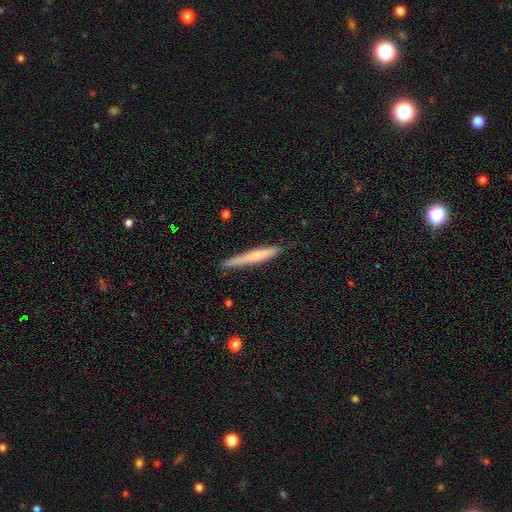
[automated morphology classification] Overall: smooth (60%; featured or disk 34%). How rounded: cigar-shaped (96%). Merging: none (82%).